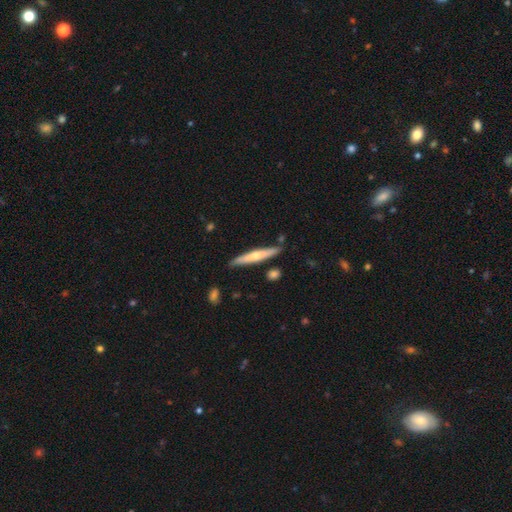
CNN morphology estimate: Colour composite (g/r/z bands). It shows a smooth galaxy with no disk features (51%) that is cigar-shaped (92%). Merging: none (84%).